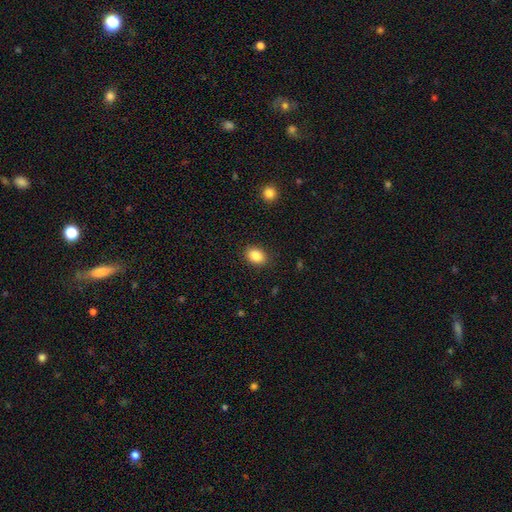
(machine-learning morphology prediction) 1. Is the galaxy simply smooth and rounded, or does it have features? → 86% smooth, 9% star or artifact, 6% featured or disk.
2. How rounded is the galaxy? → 70% in between, 29% round, 1% cigar-shaped.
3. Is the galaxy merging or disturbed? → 88% none, 8% minor disturbance, 2% major disturbance, 1% merger.